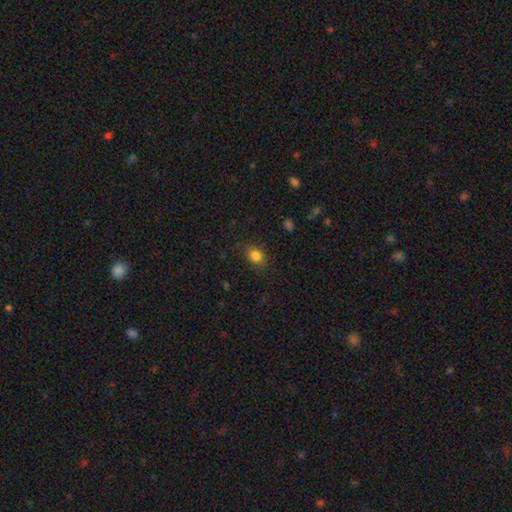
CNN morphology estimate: Smooth or featured? smooth (84%)
How rounded? in between (52%)
Merging? none (83%)